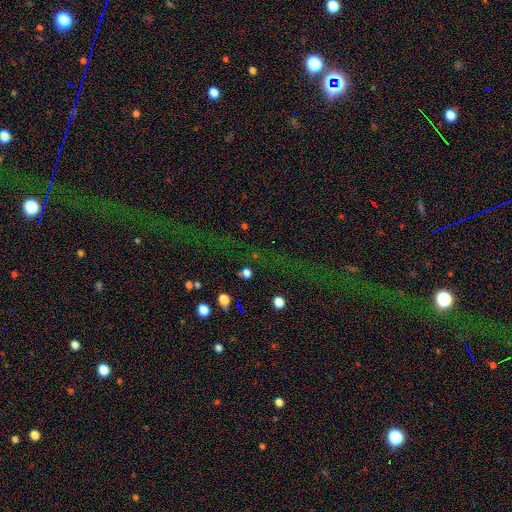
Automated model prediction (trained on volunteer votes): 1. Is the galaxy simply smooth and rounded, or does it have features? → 77% star or artifact, 12% smooth, 11% featured or disk.